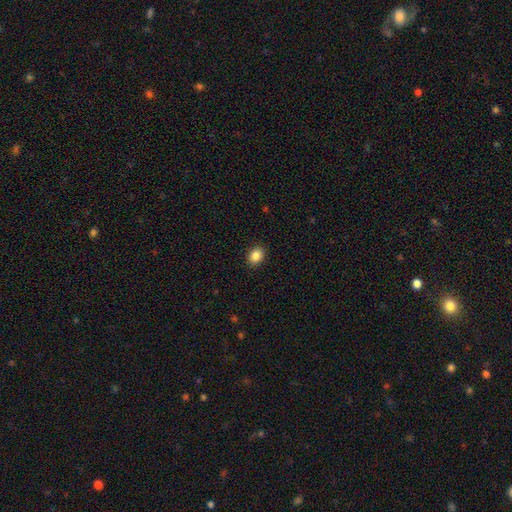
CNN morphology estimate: This appears to be a smooth galaxy with no disk features (87%) that is in between round and cigar-shaped (60%). Merging: none (91%).